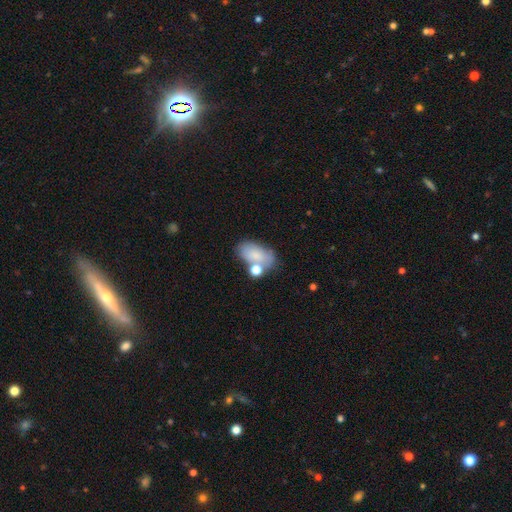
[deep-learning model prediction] Smooth or featured: smooth — 76% (featured or disk — 15%)
How rounded: in between — 90% (round — 8%)
Merging: none — 47% (merger — 26%)